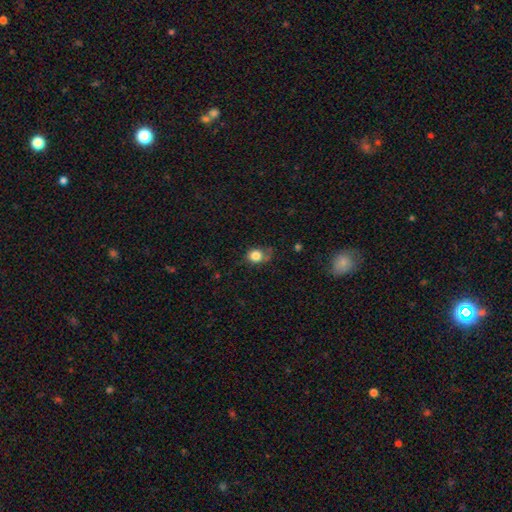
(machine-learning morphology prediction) Smooth or featured? Predicted: smooth (p=0.81). How rounded? Predicted: round (p=0.64). Merging? Predicted: none (p=0.52).